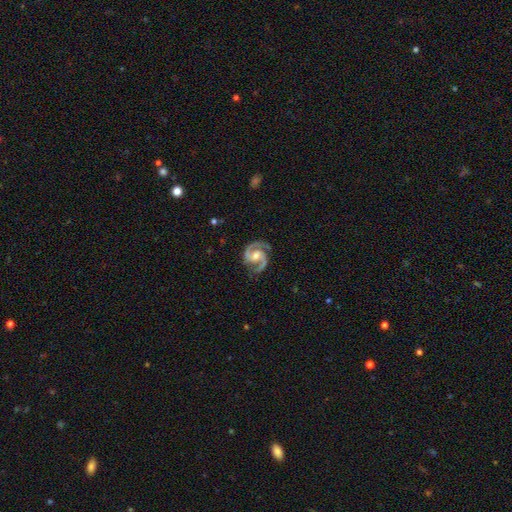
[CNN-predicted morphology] A featured or disk galaxy (93%) with no bar (45%), 2 (93%) medium (60%) spiral arms (99%) and a moderate central bulge (61%). Merging: none (83%).